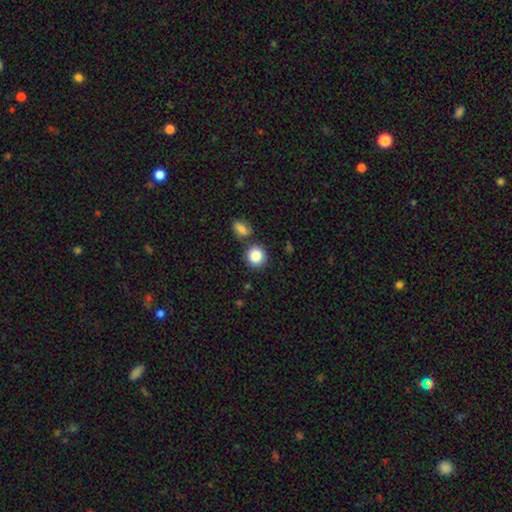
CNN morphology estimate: The model was most divided on "merging": none: 77%, merger: 11%, minor disturbance: 9%, major disturbance: 3%. More confident: how rounded — round (86%); smooth or featured — smooth (86%).